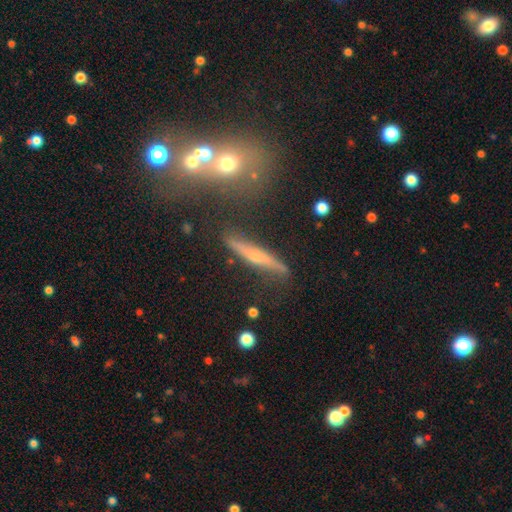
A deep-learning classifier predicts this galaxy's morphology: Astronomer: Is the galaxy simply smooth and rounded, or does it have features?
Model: featured or disk — 59%.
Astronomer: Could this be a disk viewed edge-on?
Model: yes — 88%.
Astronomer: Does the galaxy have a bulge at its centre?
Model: rounded — 70%.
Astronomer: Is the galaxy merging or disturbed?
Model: none — 78%.